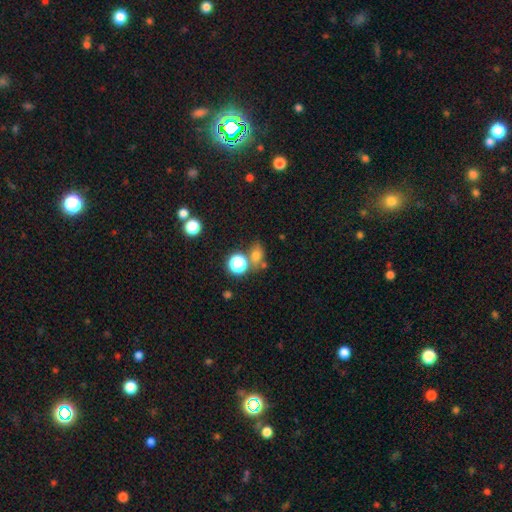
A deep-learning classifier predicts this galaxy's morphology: A smooth galaxy with no disk features (68%) that is in between round and cigar-shaped (54%). Merging: none (60%).